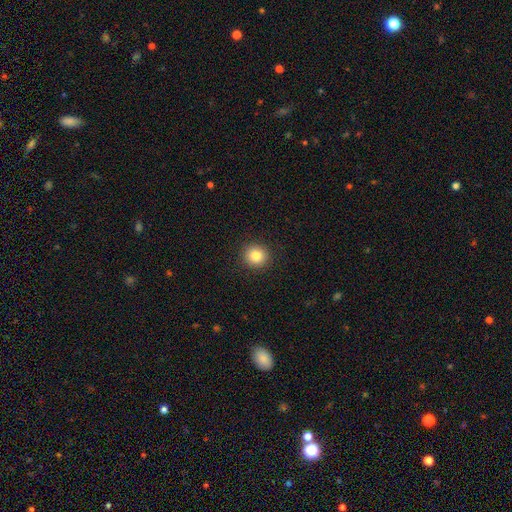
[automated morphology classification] A smooth galaxy with no disk features (82%) that is round (93%).

Vote fractions:
- Smooth or featured? smooth: 82% / star or artifact: 11% / featured or disk: 7%
- How rounded? round: 93% / in between: 6% / cigar-shaped: 1%
- Merging? none: 92% / minor disturbance: 5% / major disturbance: 2% / merger: 1%